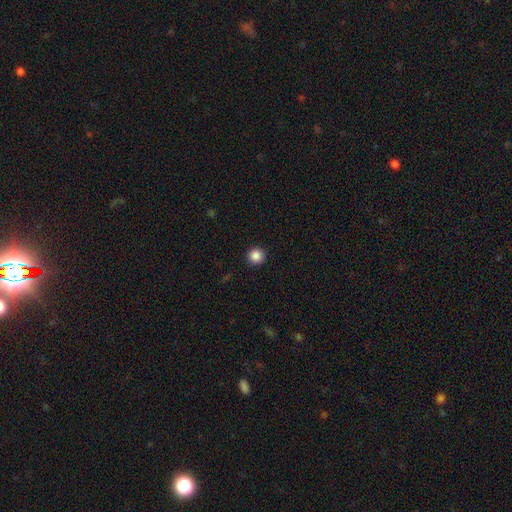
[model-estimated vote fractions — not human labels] The model was most divided on "smooth or featured": smooth: 87%, star or artifact: 10%, featured or disk: 3%. More confident: how rounded — round (95%); merging — none (93%).